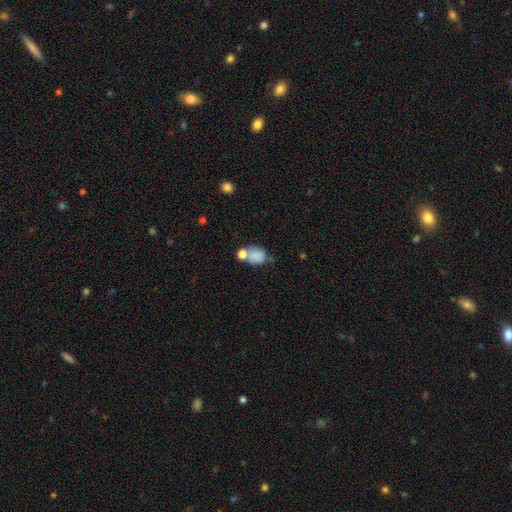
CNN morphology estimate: smooth_or_featured: smooth (p=0.80) [alt: star or artifact p=0.10]
how_rounded: in between (p=0.61) [alt: round p=0.37]
merging: none (p=0.40) [alt: merger p=0.35]